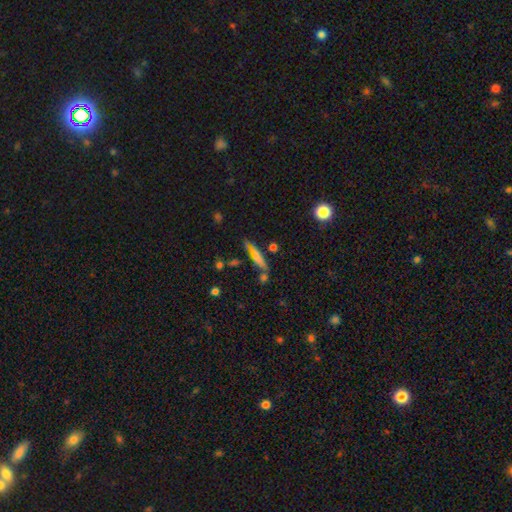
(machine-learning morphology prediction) Q: Smooth or featured?
A: smooth (55%); runner-up: featured or disk (37%)
Q: How rounded?
A: cigar-shaped (80%); runner-up: in between (17%)
Q: Merging?
A: none (67%); runner-up: minor disturbance (17%)